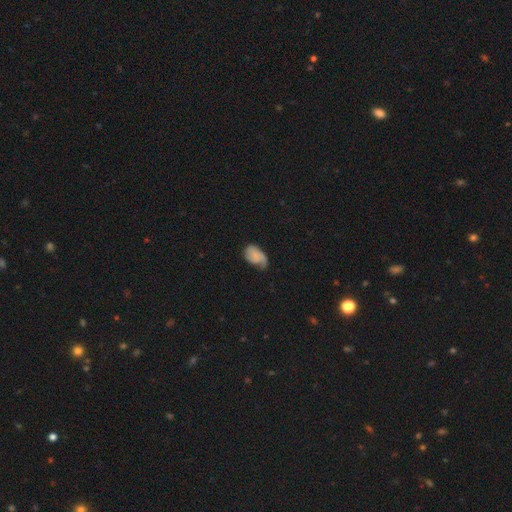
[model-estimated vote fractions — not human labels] Q: Smooth or featured?
A: smooth (56%); runner-up: featured or disk (36%)
Q: How rounded?
A: in between (88%); runner-up: round (11%)
Q: Merging?
A: minor disturbance (38%); runner-up: none (34%)